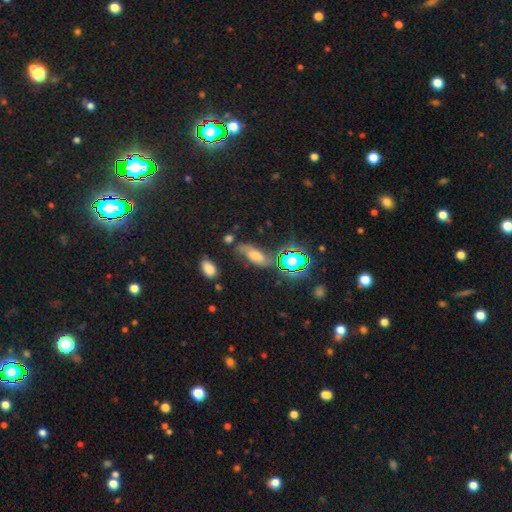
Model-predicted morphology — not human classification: Smooth or featured? smooth (43%)
Merging? none (55%)